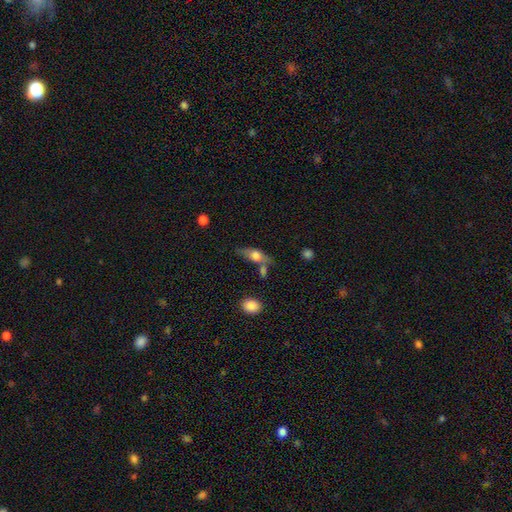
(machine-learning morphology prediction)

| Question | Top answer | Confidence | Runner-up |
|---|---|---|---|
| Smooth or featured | smooth | 56% | featured or disk (37%) |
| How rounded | in between | 67% | cigar-shaped (26%) |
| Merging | none | 56% | minor disturbance (21%) |